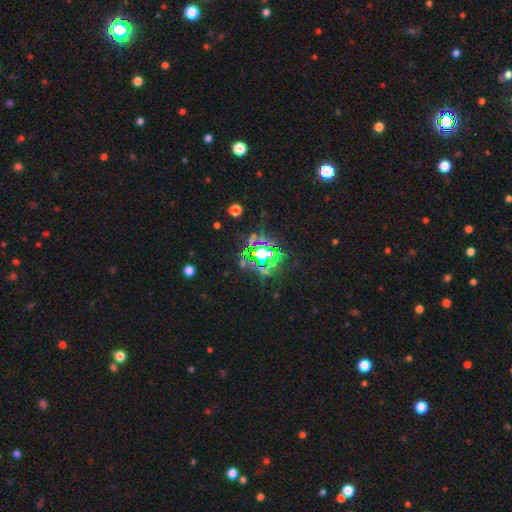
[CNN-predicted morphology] The model was most divided on "smooth or featured": star or artifact: 79%, smooth: 13%, featured or disk: 8%.